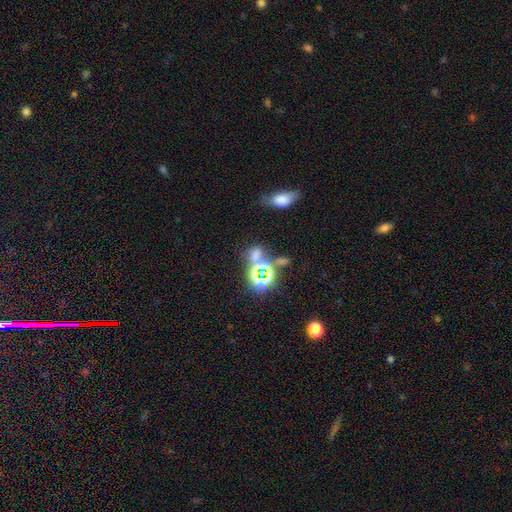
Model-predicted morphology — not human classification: Smooth or featured? Predicted: star or artifact (p=0.49).